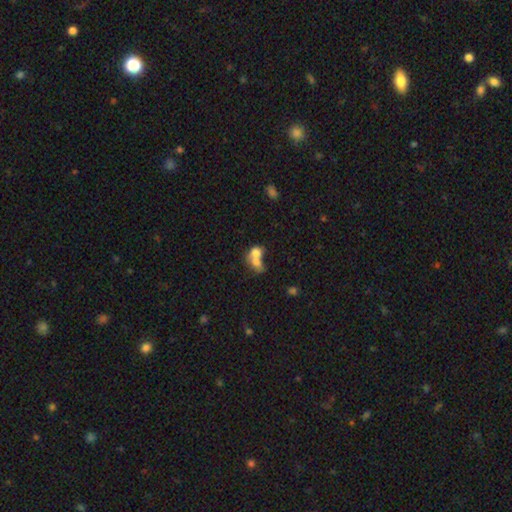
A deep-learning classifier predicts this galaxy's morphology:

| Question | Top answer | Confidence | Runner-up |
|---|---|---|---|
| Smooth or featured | smooth | 70% | featured or disk (21%) |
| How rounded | in between | 58% | round (41%) |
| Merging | merger | 75% | none (15%) |